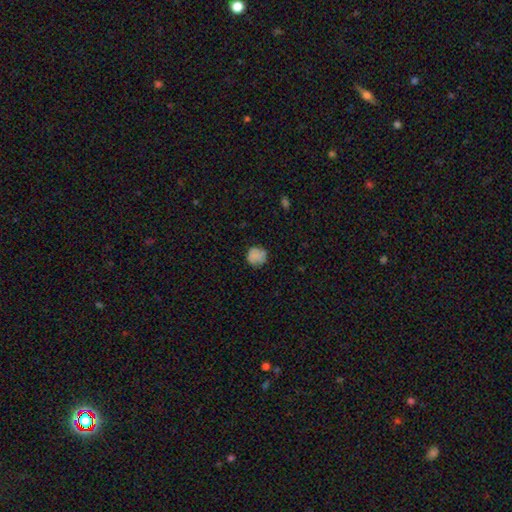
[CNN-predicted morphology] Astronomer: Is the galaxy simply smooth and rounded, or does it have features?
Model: smooth — 82%.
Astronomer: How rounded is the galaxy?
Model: round — 88%.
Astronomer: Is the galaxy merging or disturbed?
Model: none — 77%.